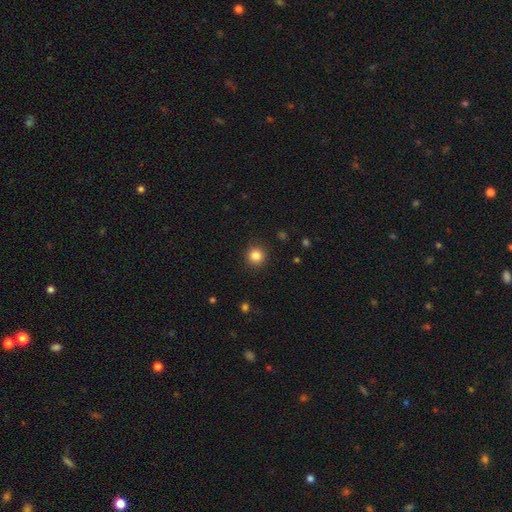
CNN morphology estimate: This appears to be a smooth galaxy with no disk features (84%) that is round (94%). Merging: none (91%).